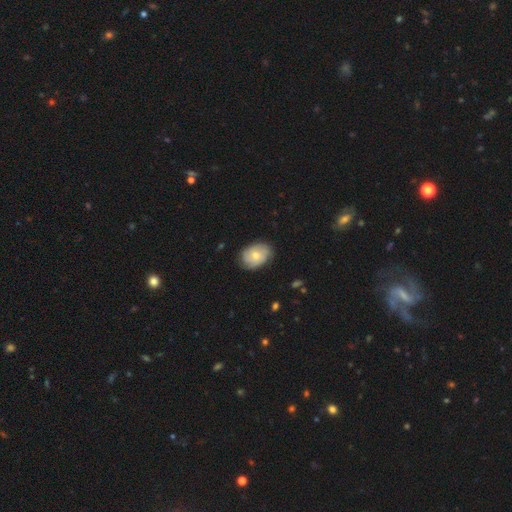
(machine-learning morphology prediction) smooth 48%, featured or disk 45%, star or artifact 7%. Down the decision tree: merging — none (79%).